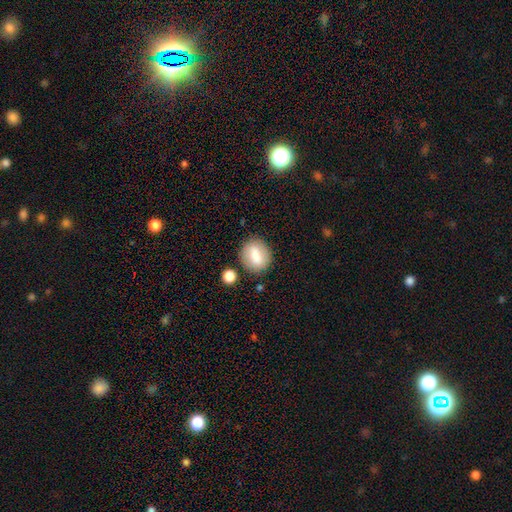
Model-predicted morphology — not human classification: Smooth or featured: smooth — 76% (featured or disk — 16%)
How rounded: in between — 51% (round — 47%)
Merging: none — 79% (minor disturbance — 13%)